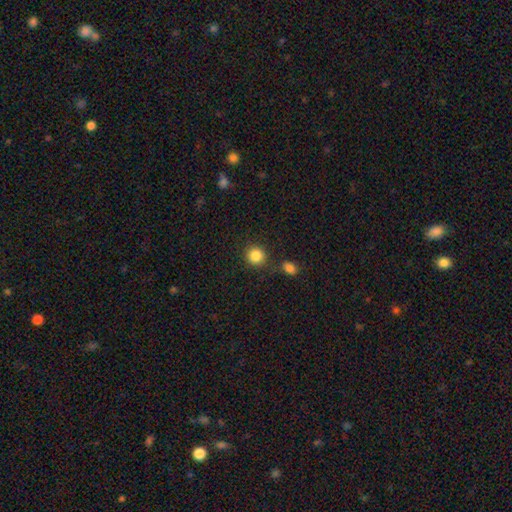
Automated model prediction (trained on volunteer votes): Overall: smooth (85%). How rounded: round (91%). Merging: none (82%).